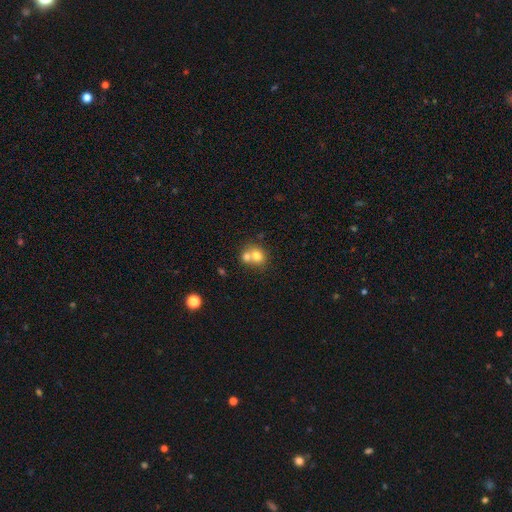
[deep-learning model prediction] The model was most divided on "how rounded": round: 63%, in between: 36%, cigar-shaped: 1%. More confident: smooth or featured — smooth (73%); merging — merger (61%).